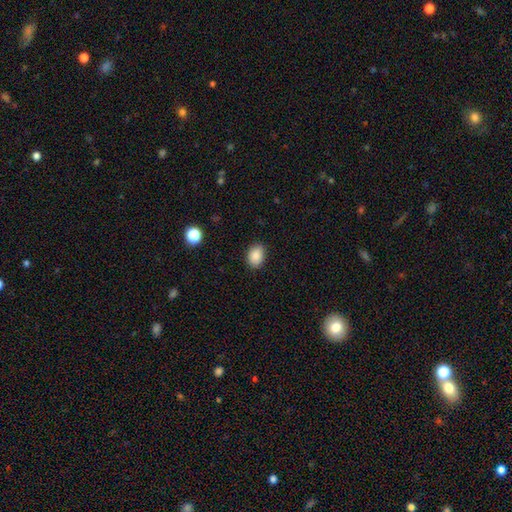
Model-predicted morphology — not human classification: Smooth or featured? smooth (87%)
How rounded? in between (74%)
Merging? none (86%)